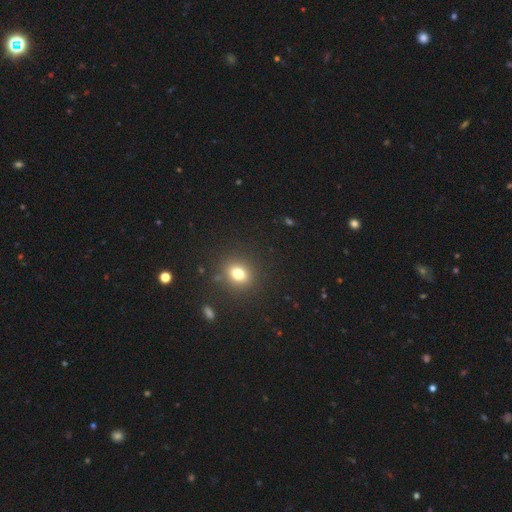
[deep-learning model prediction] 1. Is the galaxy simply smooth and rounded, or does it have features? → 57% smooth, 37% star or artifact, 6% featured or disk.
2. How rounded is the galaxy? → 93% round, 6% in between, 1% cigar-shaped.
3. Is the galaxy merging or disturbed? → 91% none, 5% minor disturbance, 2% merger, 2% major disturbance.